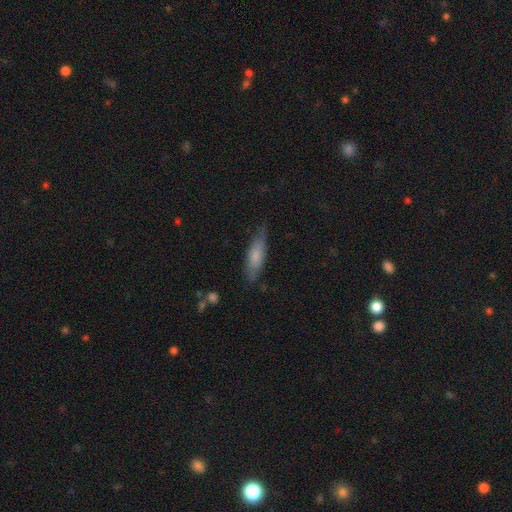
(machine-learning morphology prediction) Q: Smooth or featured?
A: smooth (70%); runner-up: featured or disk (23%)
Q: How rounded?
A: cigar-shaped (56%); runner-up: in between (42%)
Q: Merging?
A: none (71%); runner-up: minor disturbance (23%)